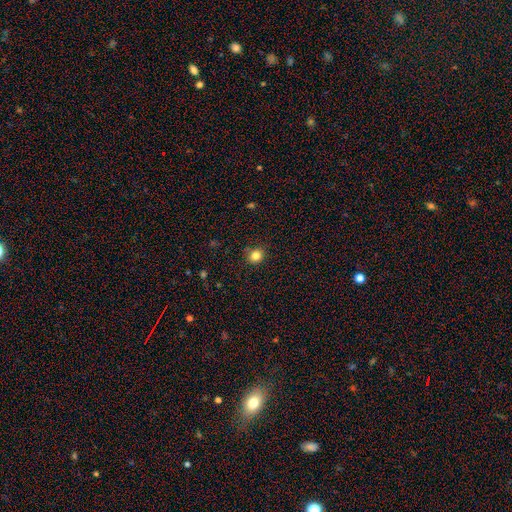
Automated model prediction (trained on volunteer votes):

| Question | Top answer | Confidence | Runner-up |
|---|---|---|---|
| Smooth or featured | smooth | 83% | star or artifact (12%) |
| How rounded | round | 86% | in between (14%) |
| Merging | none | 86% | minor disturbance (10%) |